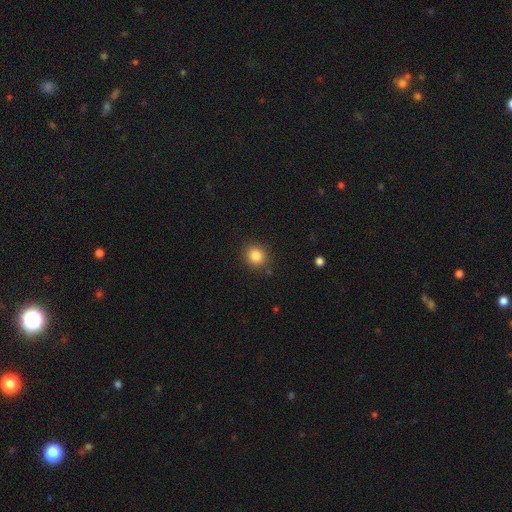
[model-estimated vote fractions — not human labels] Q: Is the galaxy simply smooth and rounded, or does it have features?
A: smooth — 84%.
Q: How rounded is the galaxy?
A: round — 87%.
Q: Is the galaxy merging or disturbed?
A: none — 89%.